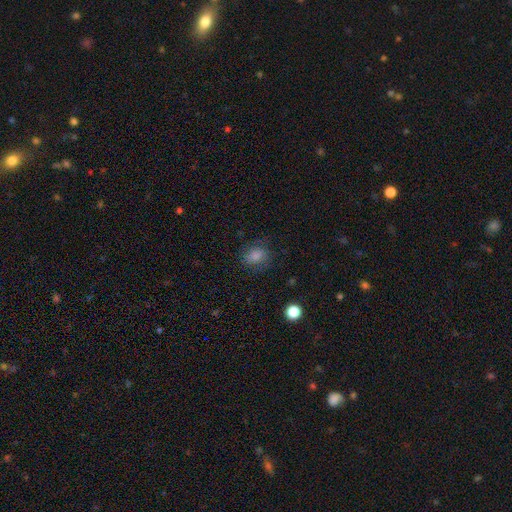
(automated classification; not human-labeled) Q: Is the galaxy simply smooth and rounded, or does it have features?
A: smooth — 80%.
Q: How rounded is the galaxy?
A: in between — 58%.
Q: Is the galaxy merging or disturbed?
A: none — 73%.